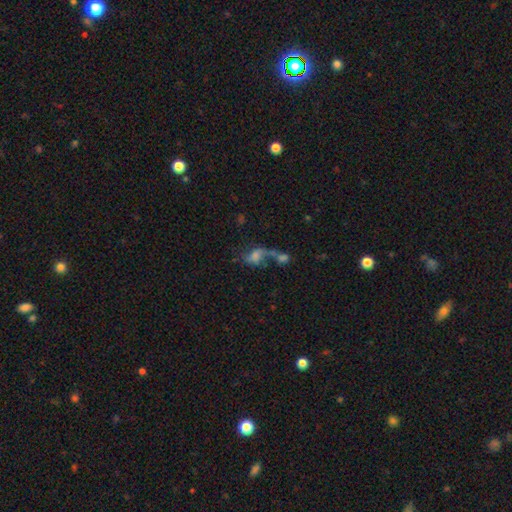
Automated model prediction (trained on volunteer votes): Smooth or featured? Predicted: featured or disk (p=0.45). Merging? Predicted: merger (p=0.50).